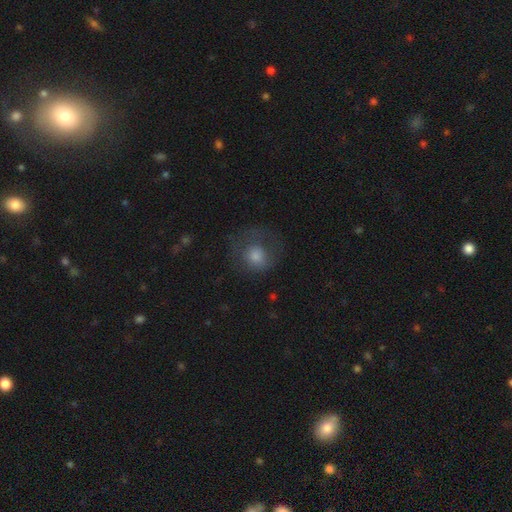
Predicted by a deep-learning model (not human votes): The model was most divided on "merging": none: 48%, major disturbance: 30%, minor disturbance: 20%, merger: 2%. More confident: how rounded — round (79%); smooth or featured — smooth (63%).